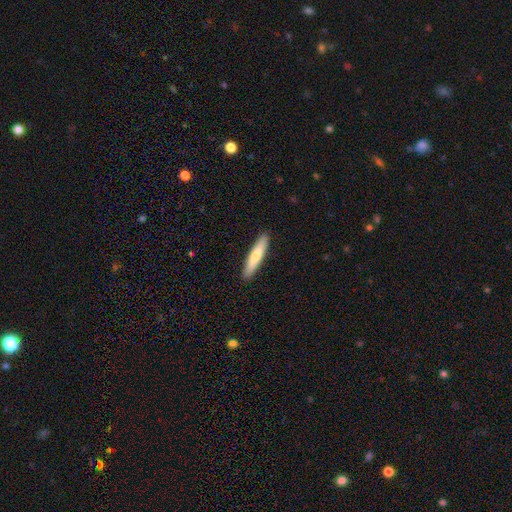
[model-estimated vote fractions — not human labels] smooth-or-featured: smooth: 77% | featured or disk: 18% | star or artifact: 5%
  how-rounded: cigar-shaped: 88% | in between: 11% | round: 1%
  merging: none: 91% | minor disturbance: 7% | major disturbance: 1% | merger: 1%